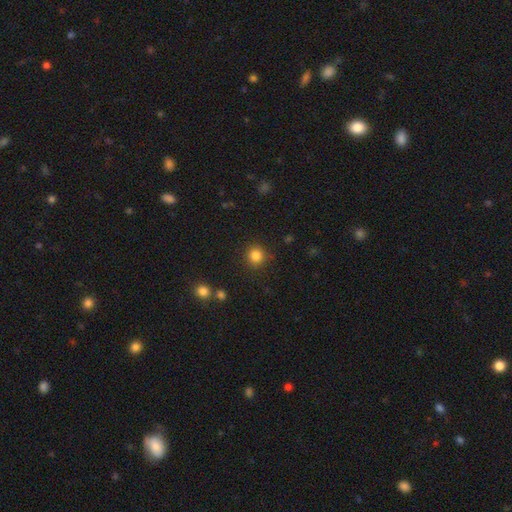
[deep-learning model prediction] A smooth galaxy with no disk features (84%) that is round (92%). Merging: none (89%).